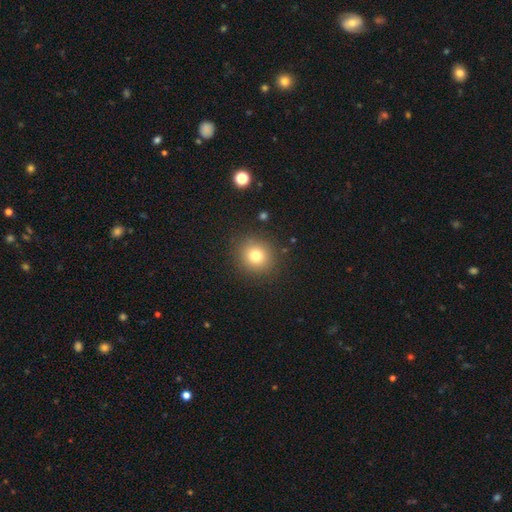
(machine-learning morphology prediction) smooth-or-featured: smooth: 78% | star or artifact: 13% | featured or disk: 9%
  how-rounded: round: 87% | in between: 13% | cigar-shaped: 1%
  merging: none: 88% | minor disturbance: 7% | major disturbance: 3% | merger: 2%